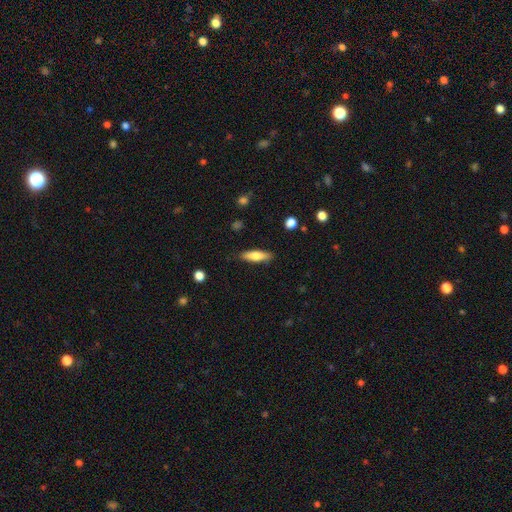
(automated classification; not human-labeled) A smooth galaxy with no disk features (71%) that is cigar-shaped (60%). Merging: none (86%).